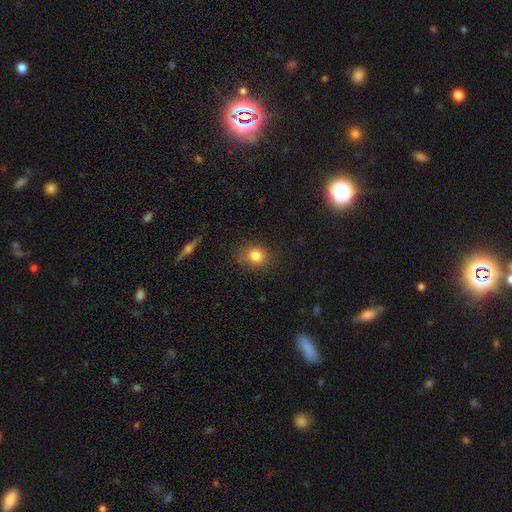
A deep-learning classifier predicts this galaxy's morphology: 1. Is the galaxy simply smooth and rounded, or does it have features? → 82% smooth, 11% star or artifact, 7% featured or disk.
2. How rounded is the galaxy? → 74% round, 25% in between, 1% cigar-shaped.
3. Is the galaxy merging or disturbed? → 79% none, 15% minor disturbance, 4% major disturbance, 2% merger.